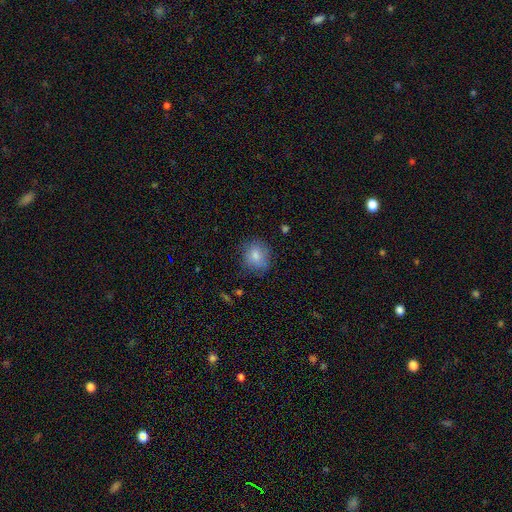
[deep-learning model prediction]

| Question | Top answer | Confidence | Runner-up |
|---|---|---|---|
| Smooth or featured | smooth | 81% | featured or disk (10%) |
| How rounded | round | 75% | in between (24%) |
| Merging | none | 76% | minor disturbance (17%) |